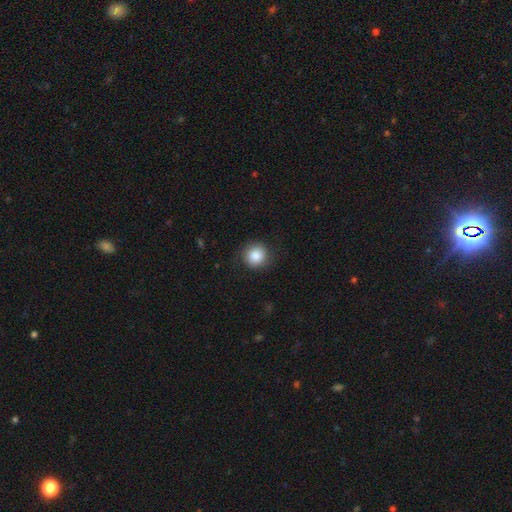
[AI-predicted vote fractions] This appears to be a smooth galaxy with no disk features (86%) that is round (92%). Merging: none (85%).